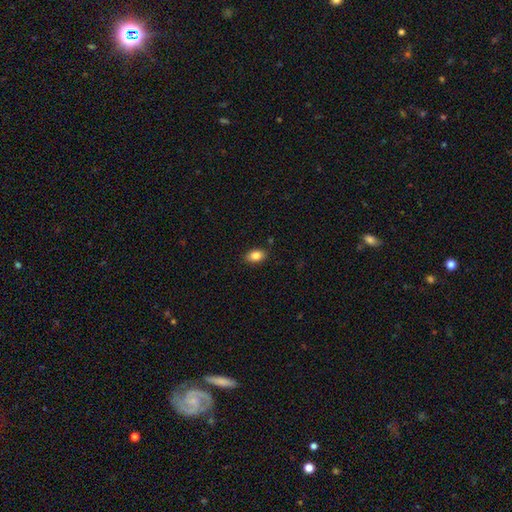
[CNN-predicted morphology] Smooth or featured? Predicted: smooth (p=0.85). How rounded? Predicted: in between (p=0.87). Merging? Predicted: none (p=0.87).